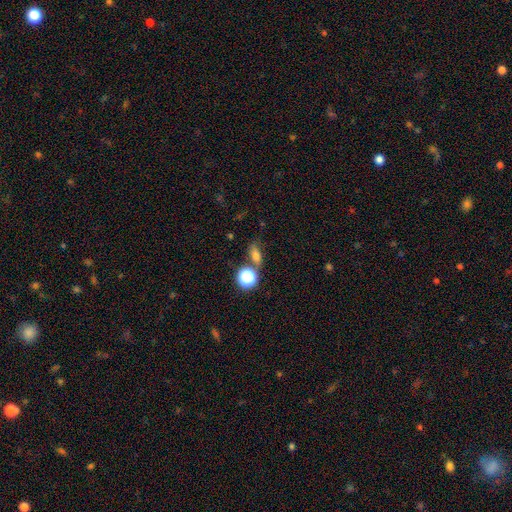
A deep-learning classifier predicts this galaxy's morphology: smooth 67%, star or artifact 21%, featured or disk 12%. Down the decision tree: how rounded — in between (61%); merging — none (61%).